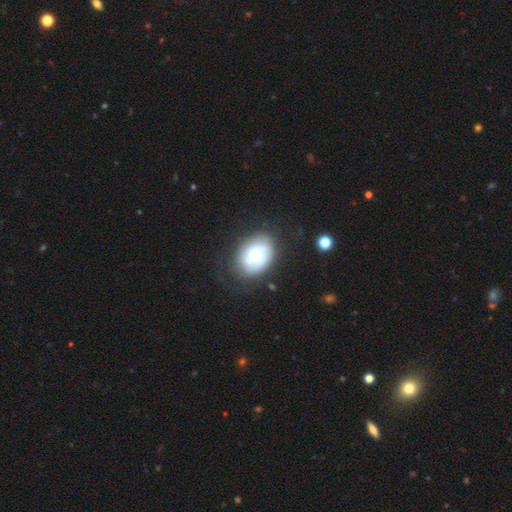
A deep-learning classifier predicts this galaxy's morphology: featured or disk 50%, smooth 42%, star or artifact 8%. Down the decision tree: merging — none (64%).